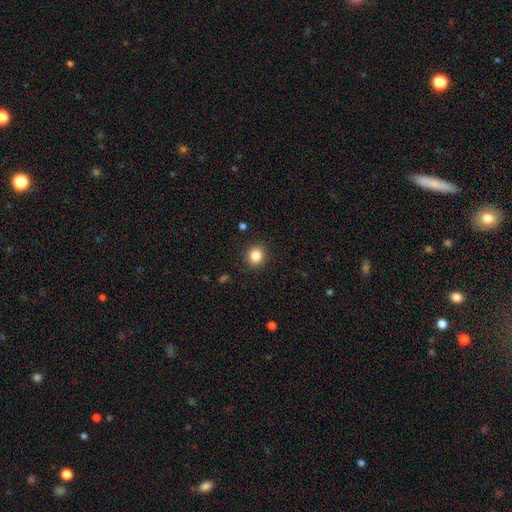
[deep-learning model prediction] This appears to be a smooth galaxy with no disk features (85%) that is round (86%). Merging: none (91%).